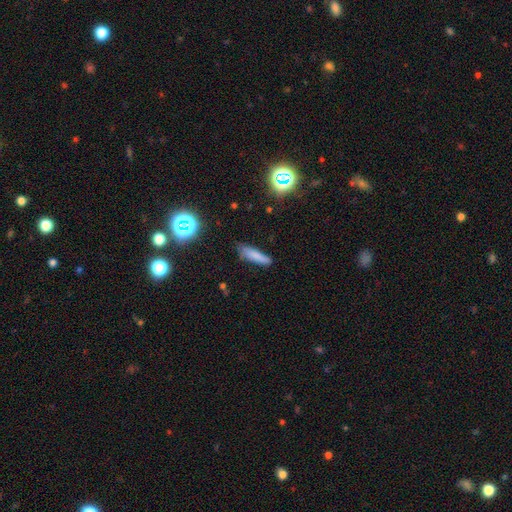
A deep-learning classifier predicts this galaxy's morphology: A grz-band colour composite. It shows a smooth galaxy with no disk features (79%) that is cigar-shaped (72%). Merging: none (69%).